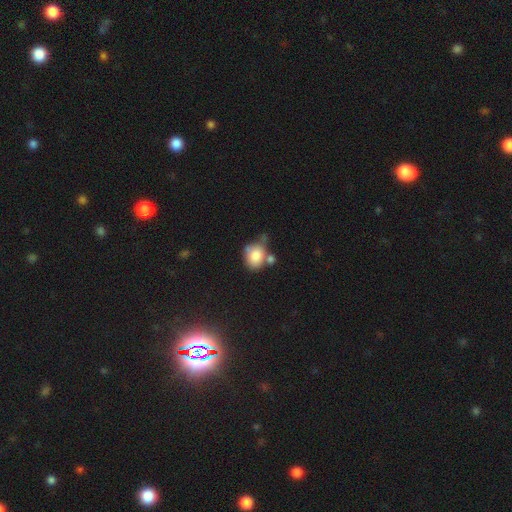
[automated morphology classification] This appears to be a smooth galaxy with no disk features (80%) that is round (52%). Merging: none (39%).